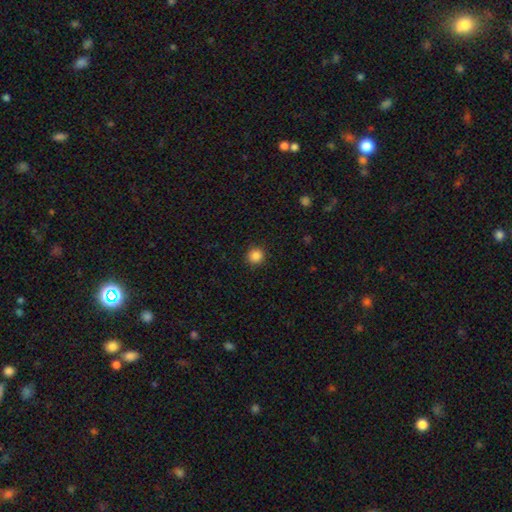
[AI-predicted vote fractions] Overall: smooth (86%). How rounded: round (95%). Merging: none (92%).